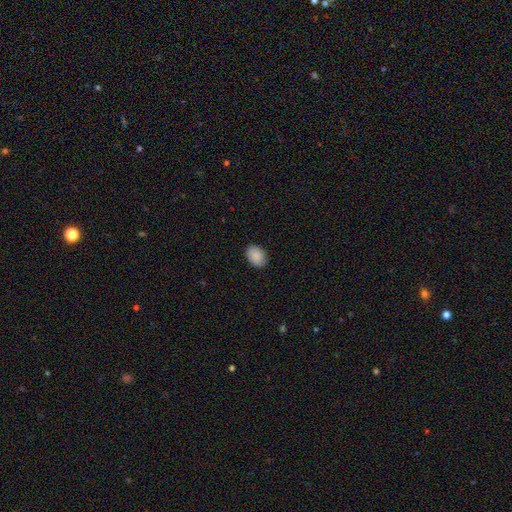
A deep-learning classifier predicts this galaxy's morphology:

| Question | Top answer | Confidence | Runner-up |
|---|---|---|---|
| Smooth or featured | smooth | 90% | star or artifact (7%) |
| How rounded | in between | 75% | round (24%) |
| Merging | none | 88% | minor disturbance (9%) |